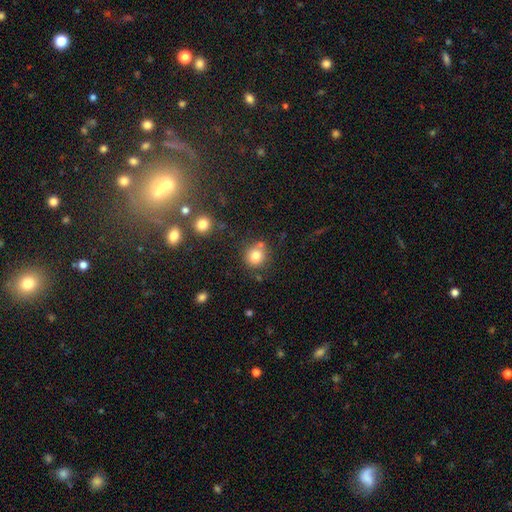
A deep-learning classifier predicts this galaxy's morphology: type=smooth (80%); roundness=round (88%); merging=none (71%).